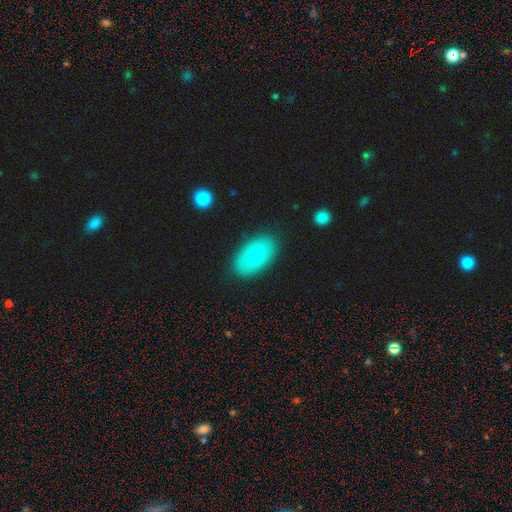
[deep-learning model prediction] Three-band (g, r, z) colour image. It shows a smooth galaxy with no disk features (66%) that is in between round and cigar-shaped (92%). Merging: none (85%).